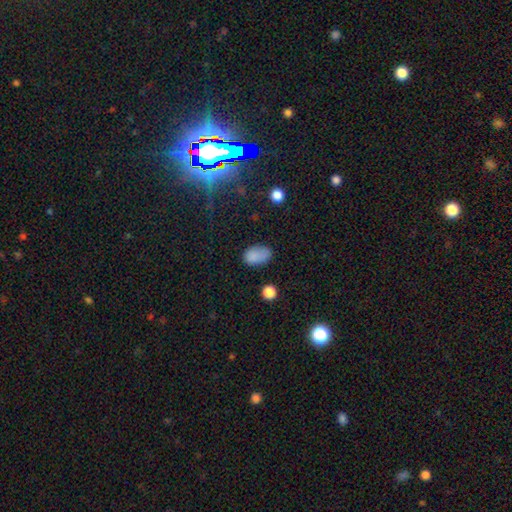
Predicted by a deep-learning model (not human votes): smooth_or_featured: smooth (p=0.83) [alt: star or artifact p=0.11]
how_rounded: in between (p=0.89) [alt: round p=0.09]
merging: none (p=0.64) [alt: minor disturbance p=0.25]